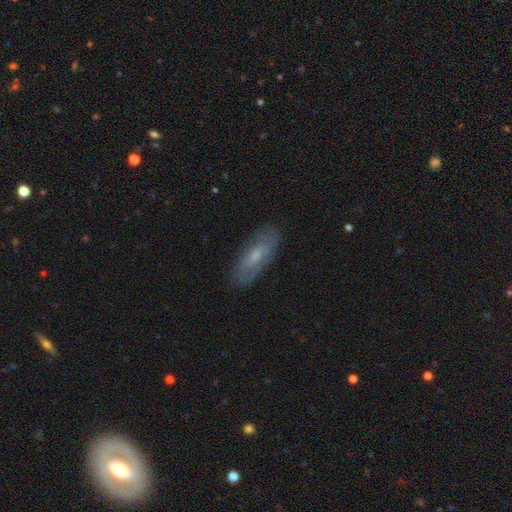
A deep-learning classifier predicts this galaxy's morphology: This is possibly a smooth galaxy (49%). Merging: clearly none (82%).